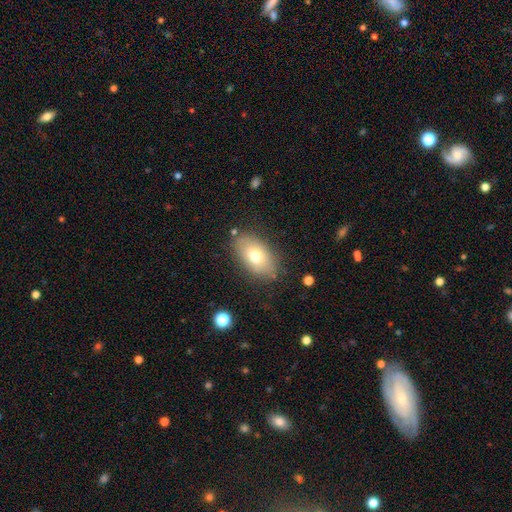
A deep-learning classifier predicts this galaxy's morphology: A smooth galaxy with no disk features (72%) that is in between round and cigar-shaped (91%).

Vote fractions:
- Smooth or featured? smooth: 72% / featured or disk: 20% / star or artifact: 8%
- How rounded? in between: 91% / round: 7% / cigar-shaped: 2%
- Merging? none: 81% / minor disturbance: 13% / major disturbance: 4% / merger: 2%